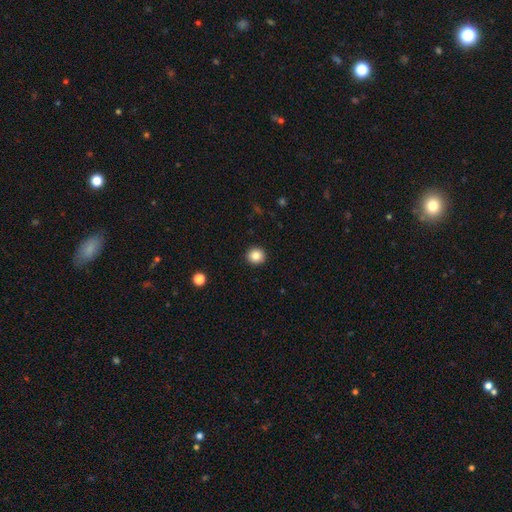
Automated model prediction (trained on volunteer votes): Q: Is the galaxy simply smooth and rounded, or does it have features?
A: smooth — 85%.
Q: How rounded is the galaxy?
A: round — 93%.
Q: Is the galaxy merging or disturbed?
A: none — 93%.